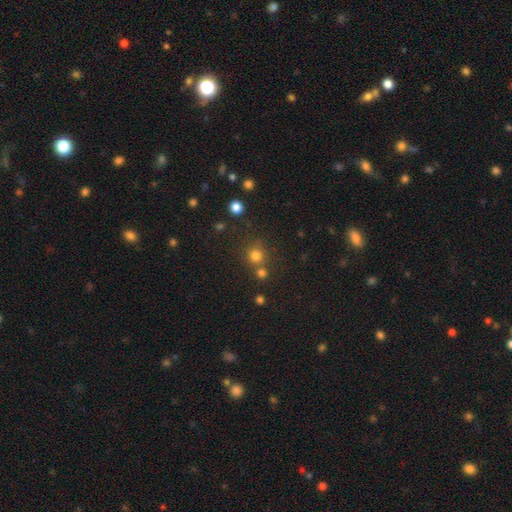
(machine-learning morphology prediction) Smooth or featured? smooth (77%)
How rounded? round (90%)
Merging? none (66%)